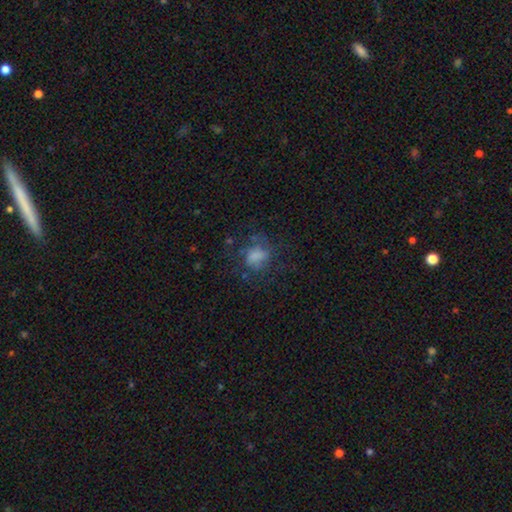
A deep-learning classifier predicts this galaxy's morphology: smooth-or-featured: smooth: 53% | featured or disk: 29% | star or artifact: 18%
  how-rounded: round: 55% | in between: 43% | cigar-shaped: 2%
  merging: none: 56% | major disturbance: 22% | minor disturbance: 19% | merger: 2%